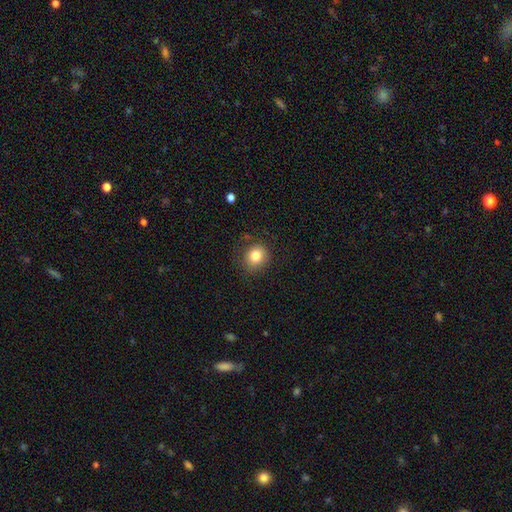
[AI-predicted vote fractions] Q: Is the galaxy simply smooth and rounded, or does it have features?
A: smooth — 82%.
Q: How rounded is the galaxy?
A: round — 78%.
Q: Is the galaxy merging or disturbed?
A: none — 82%.